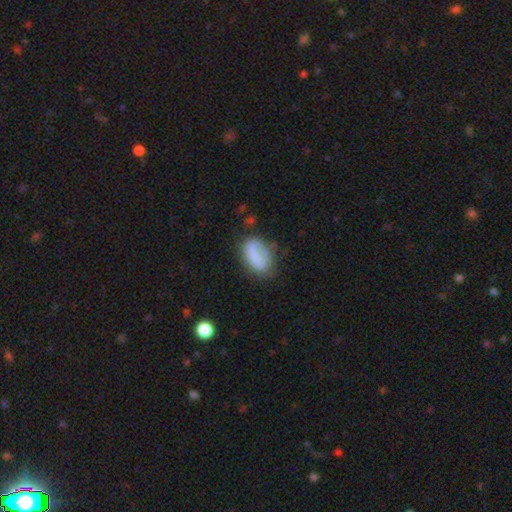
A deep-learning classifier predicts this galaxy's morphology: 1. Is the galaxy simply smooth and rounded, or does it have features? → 74% smooth, 17% featured or disk, 9% star or artifact.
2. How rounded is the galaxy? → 88% in between, 10% round, 3% cigar-shaped.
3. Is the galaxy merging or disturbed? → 57% none, 27% minor disturbance, 12% major disturbance, 4% merger.